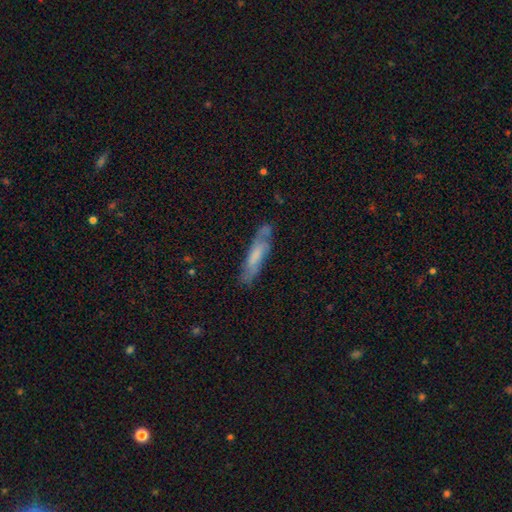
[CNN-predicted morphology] Q: Smooth or featured?
A: smooth (51%); runner-up: featured or disk (43%)
Q: How rounded?
A: cigar-shaped (75%); runner-up: in between (23%)
Q: Merging?
A: none (67%); runner-up: minor disturbance (22%)